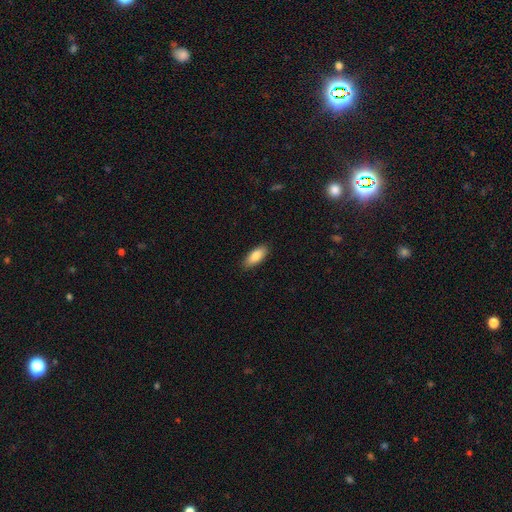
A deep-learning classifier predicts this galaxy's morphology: Q: Smooth or featured?
A: smooth (85%); runner-up: featured or disk (9%)
Q: How rounded?
A: in between (82%); runner-up: cigar-shaped (16%)
Q: Merging?
A: none (88%); runner-up: minor disturbance (9%)